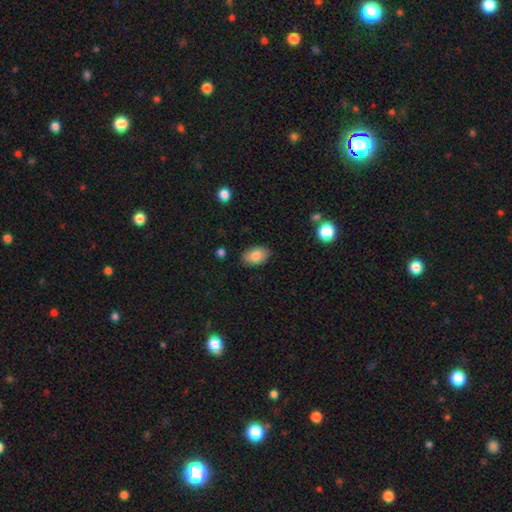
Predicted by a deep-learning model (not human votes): The model was most divided on "merging": none: 85%, minor disturbance: 11%, major disturbance: 2%, merger: 1%. More confident: how rounded — in between (89%); smooth or featured — smooth (83%).